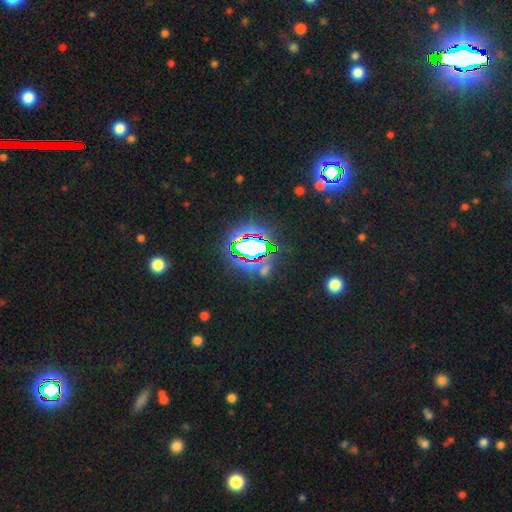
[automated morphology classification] smooth_or_featured: star or artifact (p=0.79) [alt: smooth p=0.12]